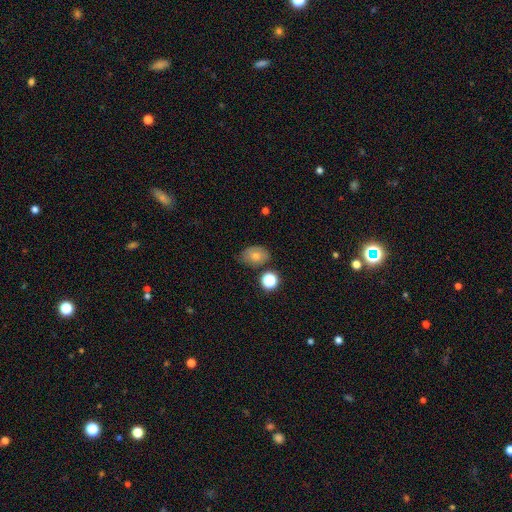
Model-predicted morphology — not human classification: This appears to be a smooth galaxy with no disk features (72%) that is in between round and cigar-shaped (72%). Merging: none (68%).